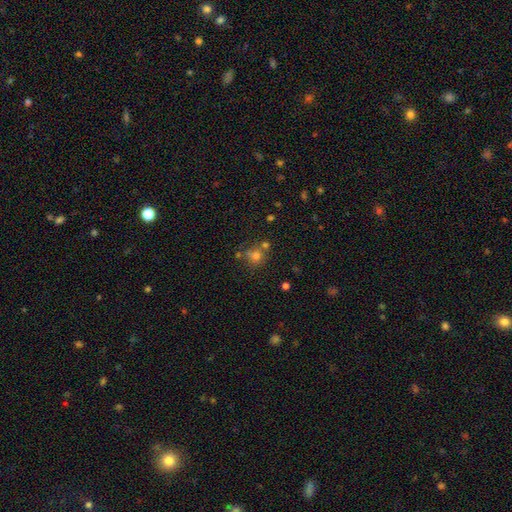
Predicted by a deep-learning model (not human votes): A smooth galaxy with no disk features (72%) that is round (84%).

Vote fractions:
- Smooth or featured? smooth: 72% / star or artifact: 16% / featured or disk: 12%
- How rounded? round: 84% / in between: 15% / cigar-shaped: 1%
- Merging? none: 57% / merger: 25% / minor disturbance: 12% / major disturbance: 5%